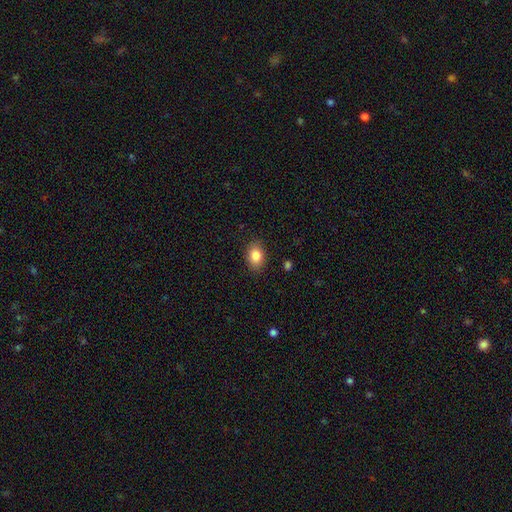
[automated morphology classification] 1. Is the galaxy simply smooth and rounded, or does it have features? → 85% smooth, 8% star or artifact, 7% featured or disk.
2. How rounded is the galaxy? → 77% in between, 21% round, 1% cigar-shaped.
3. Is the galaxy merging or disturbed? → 86% none, 10% minor disturbance, 3% major disturbance, 1% merger.